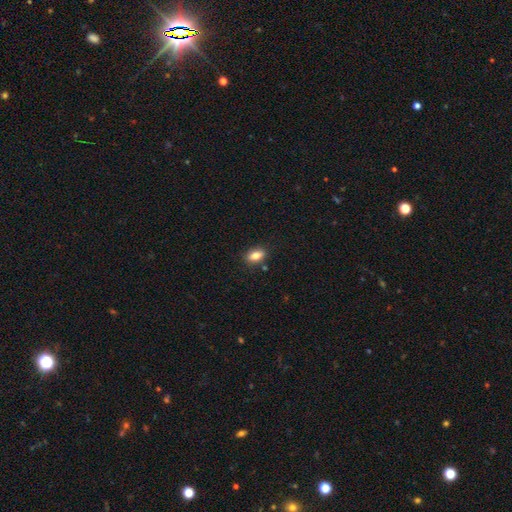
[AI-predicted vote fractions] Smooth or featured? Predicted: smooth (p=0.81). How rounded? Predicted: in between (p=0.83). Merging? Predicted: none (p=0.83).